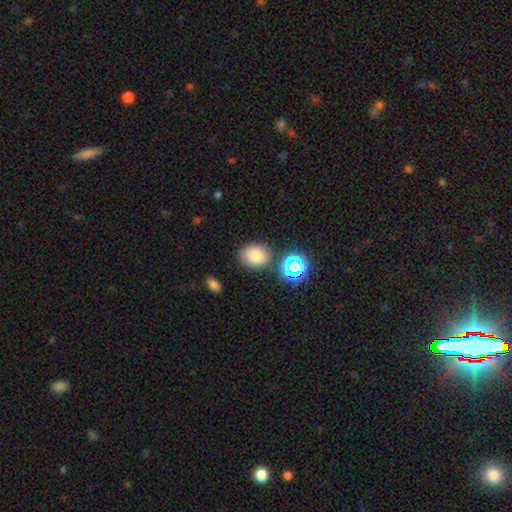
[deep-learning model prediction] smooth-or-featured: smooth: 76% | star or artifact: 16% | featured or disk: 8%
  how-rounded: round: 52% | in between: 46% | cigar-shaped: 1%
  merging: none: 77% | minor disturbance: 13% | merger: 6% | major disturbance: 4%